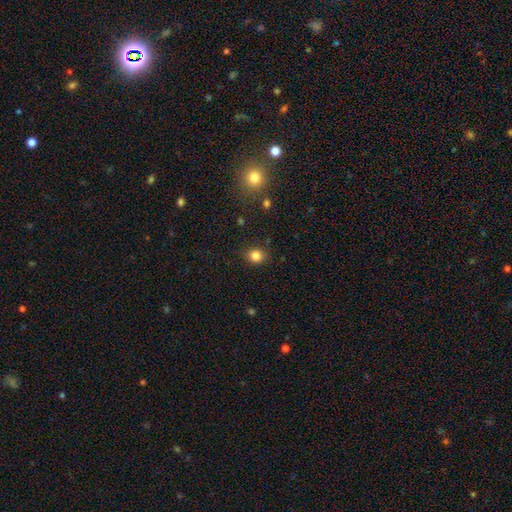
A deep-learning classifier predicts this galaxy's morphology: Smooth or featured? smooth (84%)
How rounded? round (76%)
Merging? none (86%)